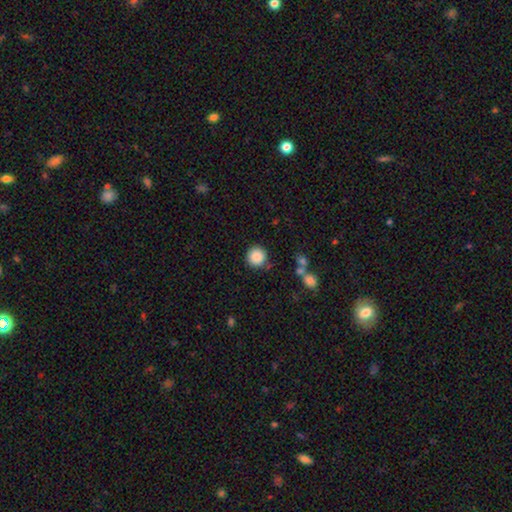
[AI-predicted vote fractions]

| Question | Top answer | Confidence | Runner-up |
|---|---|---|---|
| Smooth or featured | smooth | 87% | star or artifact (9%) |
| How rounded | round | 95% | in between (4%) |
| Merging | none | 84% | minor disturbance (9%) |